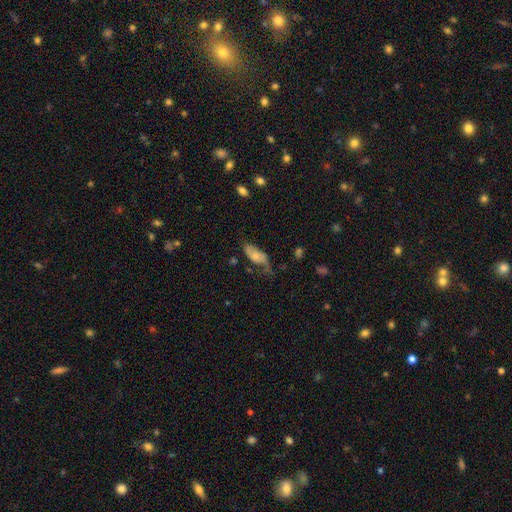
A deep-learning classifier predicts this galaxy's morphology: Q: Smooth or featured?
A: smooth (46%); tied with: featured or disk (46%)
Q: Merging?
A: none (37%); runner-up: minor disturbance (33%)